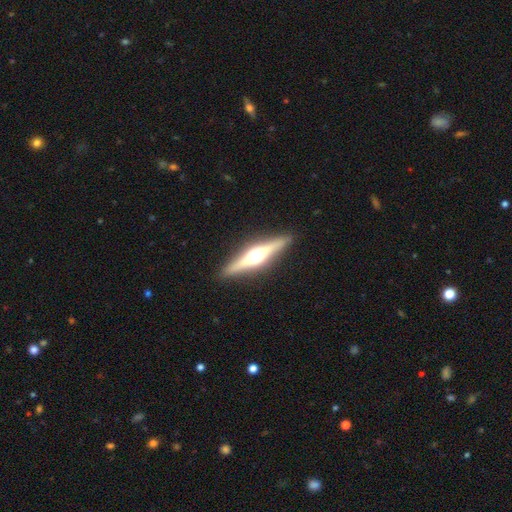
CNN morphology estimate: Q: Smooth or featured?
A: featured or disk (74%); runner-up: smooth (21%)
Q: Edge-on disk?
A: yes (97%); runner-up: no (3%)
Q: Edge-on bulge?
A: rounded (94%); runner-up: boxy (4%)
Q: Merging?
A: none (91%); runner-up: minor disturbance (7%)